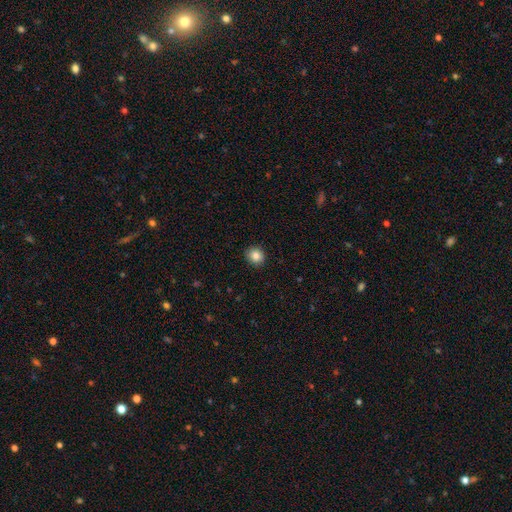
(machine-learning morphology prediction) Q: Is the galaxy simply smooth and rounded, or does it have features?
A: smooth — 84%.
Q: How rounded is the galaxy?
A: round — 87%.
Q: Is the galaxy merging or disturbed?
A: none — 91%.